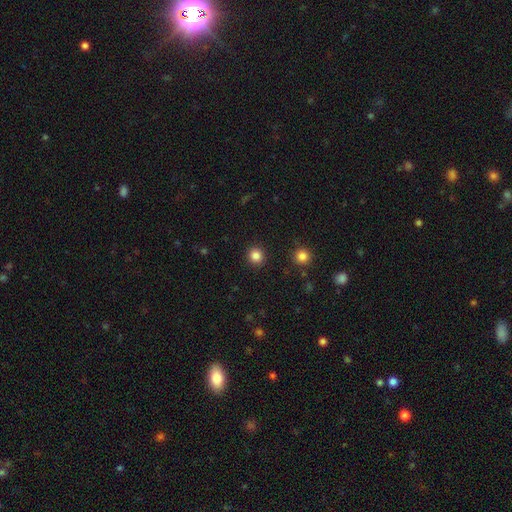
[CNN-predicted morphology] Smooth or featured? Predicted: smooth (p=0.84). How rounded? Predicted: round (p=0.91). Merging? Predicted: none (p=0.92).